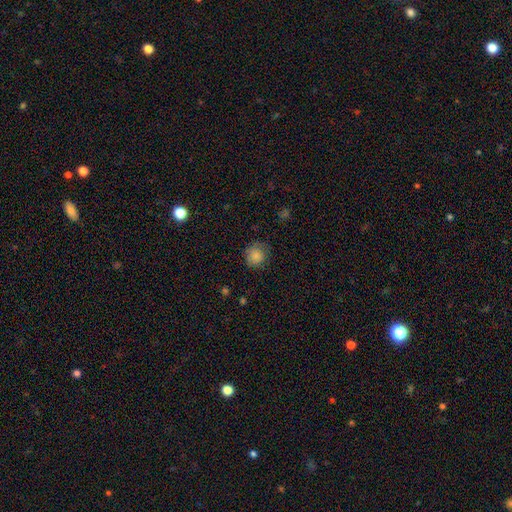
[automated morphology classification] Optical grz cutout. It shows a smooth galaxy with no disk features (83%) that is round (87%). Merging: none (70%).